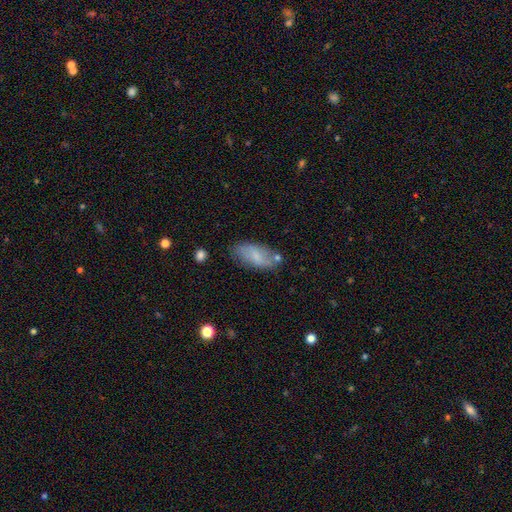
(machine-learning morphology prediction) A smooth galaxy with no disk features (67%) that is in between round and cigar-shaped (86%).

Vote fractions:
- Smooth or featured? smooth: 67% / featured or disk: 26% / star or artifact: 7%
- How rounded? in between: 86% / cigar-shaped: 11% / round: 3%
- Merging? none: 69% / minor disturbance: 21% / merger: 5% / major disturbance: 5%